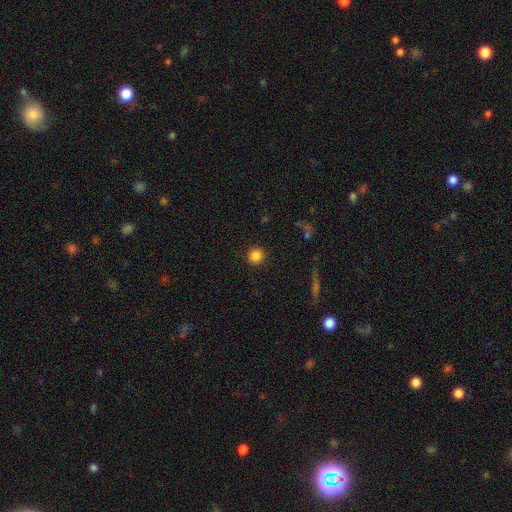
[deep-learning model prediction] Smooth or featured? Predicted: smooth (p=0.85). How rounded? Predicted: round (p=0.94). Merging? Predicted: none (p=0.91).